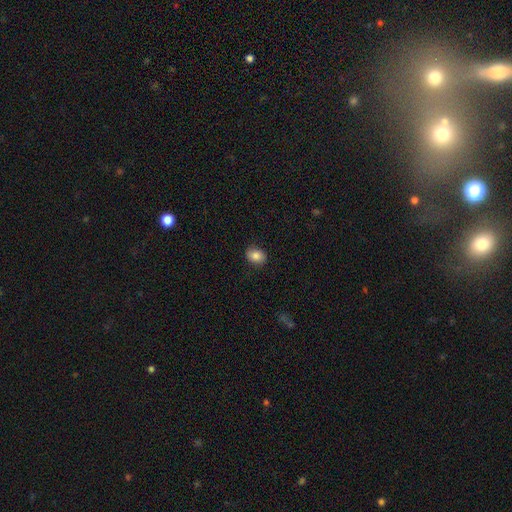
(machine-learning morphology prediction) A smooth galaxy with no disk features (85%) that is in between round and cigar-shaped (64%).

Vote fractions:
- Smooth or featured? smooth: 85% / star or artifact: 8% / featured or disk: 6%
- How rounded? in between: 64% / round: 35% / cigar-shaped: 1%
- Merging? none: 84% / minor disturbance: 12% / major disturbance: 3% / merger: 1%